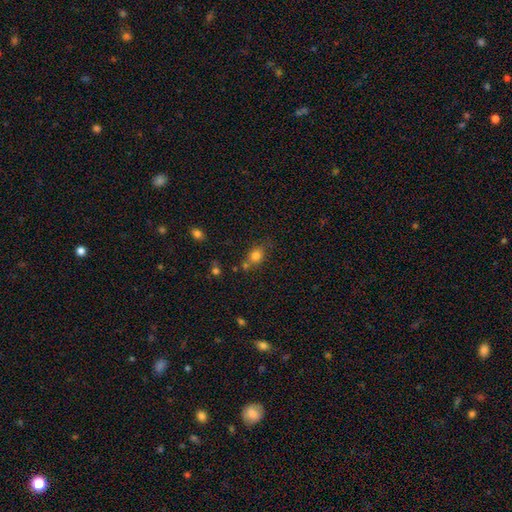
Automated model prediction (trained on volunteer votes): smooth 80%, star or artifact 12%, featured or disk 8%. Down the decision tree: how rounded — round (52%); merging — none (58%).